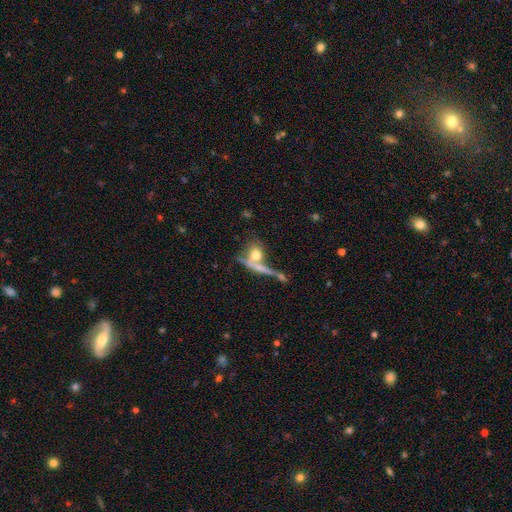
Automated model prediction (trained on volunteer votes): Smooth or featured?
  - smooth: 61% *
  - featured or disk: 29%
  - star or artifact: 11%
How rounded?
  - round: 49% *
  - in between: 33%
  - cigar-shaped: 18%
Merging?
  - merger: 41% *
  - none: 37%
  - minor disturbance: 11%
  - major disturbance: 11%